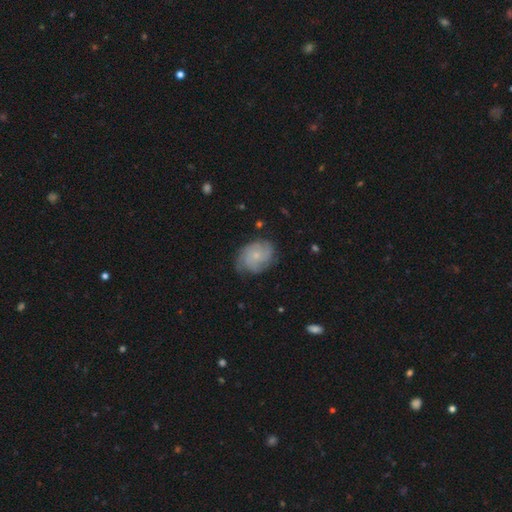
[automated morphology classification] featured or disk 62%, smooth 31%, star or artifact 7%. Down the decision tree: edge-on disk — no (97%); bar — no (81%); spiral arms — yes (89%); spiral arm count — can't tell (38%); spiral winding — tight (54%); bulge size — small (75%); merging — none (68%).